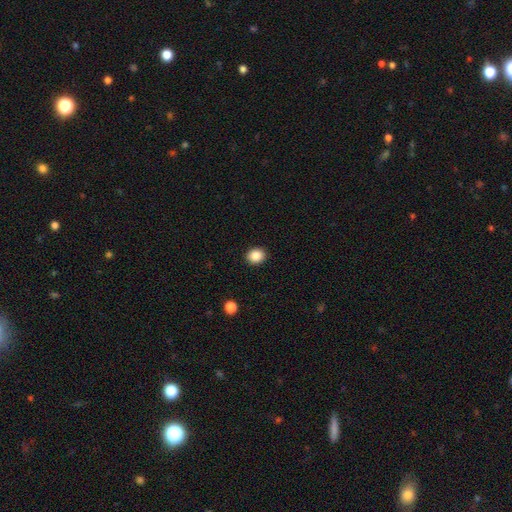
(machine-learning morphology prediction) A smooth galaxy with no disk features (87%) that is round (62%).

Vote fractions:
- Smooth or featured? smooth: 87% / star or artifact: 9% / featured or disk: 4%
- How rounded? round: 62% / in between: 38% / cigar-shaped: 1%
- Merging? none: 91% / minor disturbance: 6% / major disturbance: 2% / merger: 1%